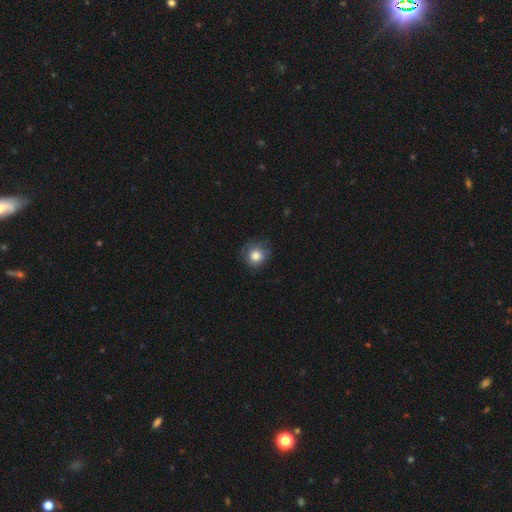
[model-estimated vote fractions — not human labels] This appears to be a smooth galaxy with no disk features (81%) that is round (89%). Merging: none (73%).